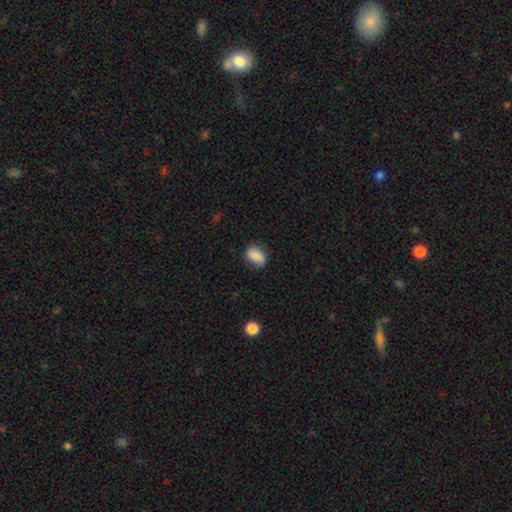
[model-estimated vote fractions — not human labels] Smooth or featured? Predicted: smooth (p=0.77). How rounded? Predicted: in between (p=0.74). Merging? Predicted: none (p=0.70).